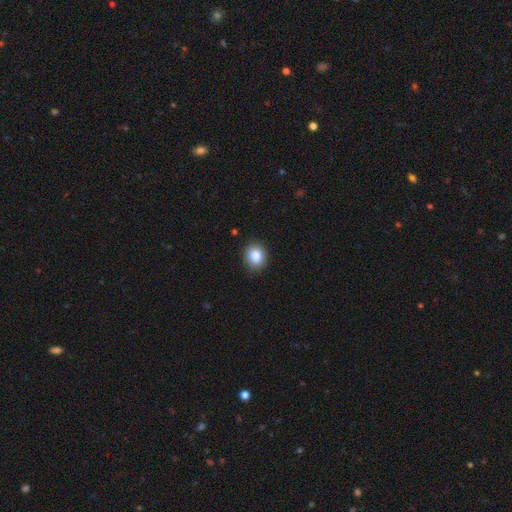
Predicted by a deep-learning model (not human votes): This is clearly a smooth galaxy (86%). How rounded: possibly round (59%). Merging: clearly none (87%).